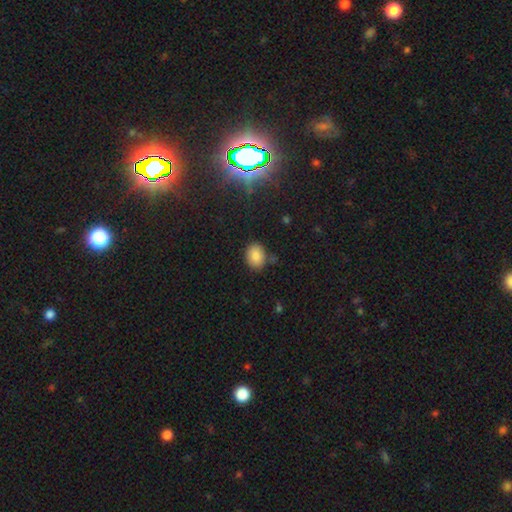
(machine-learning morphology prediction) smooth_or_featured: smooth (p=0.84) [alt: star or artifact p=0.10]
how_rounded: in between (p=0.65) [alt: round p=0.34]
merging: none (p=0.79) [alt: minor disturbance p=0.14]